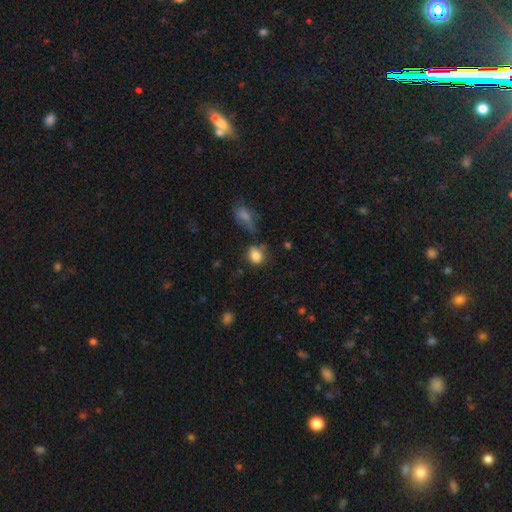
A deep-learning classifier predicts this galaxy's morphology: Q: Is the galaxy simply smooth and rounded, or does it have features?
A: smooth — 83%.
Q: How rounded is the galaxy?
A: round — 64%.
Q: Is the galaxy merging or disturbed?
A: none — 56%.